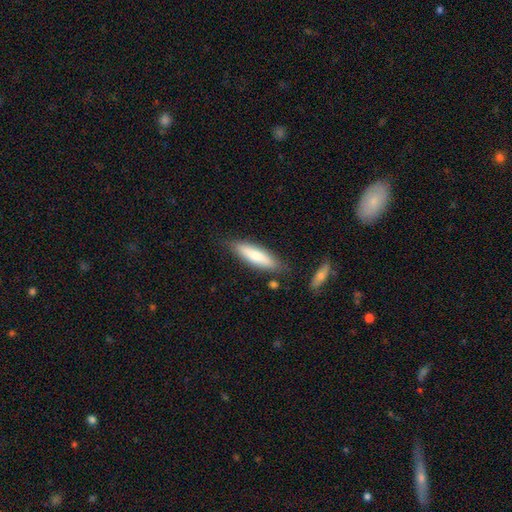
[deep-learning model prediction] Morphology: type=smooth (76%); roundness=cigar-shaped (66%); merging=none (79%).